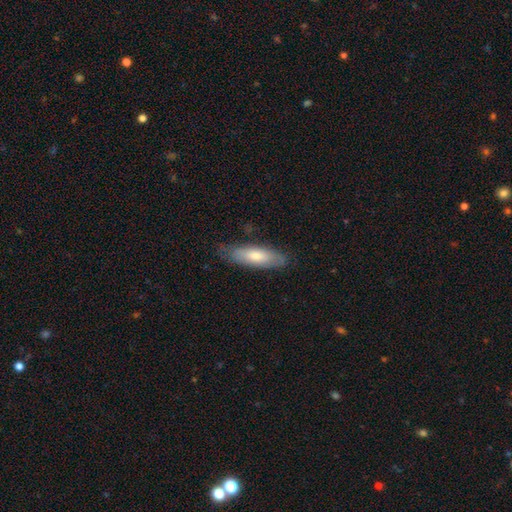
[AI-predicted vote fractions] Smooth or featured? smooth (66%)
How rounded? cigar-shaped (52%)
Merging? none (78%)